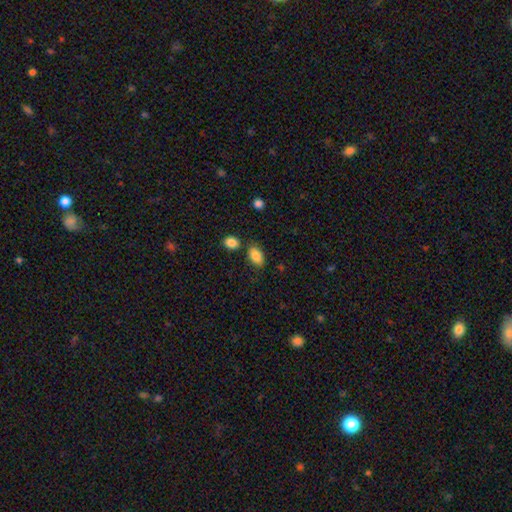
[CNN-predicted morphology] Smooth or featured: smooth — 86% (star or artifact — 7%)
How rounded: in between — 91% (round — 7%)
Merging: none — 73% (minor disturbance — 13%)